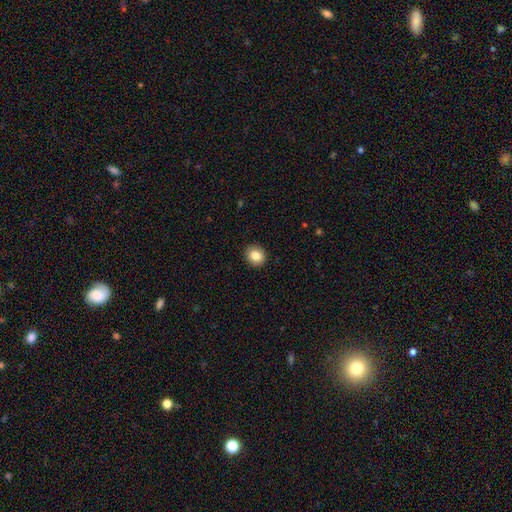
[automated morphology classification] This is clearly a smooth galaxy (85%). How rounded: likely round (76%). Merging: clearly none (92%).